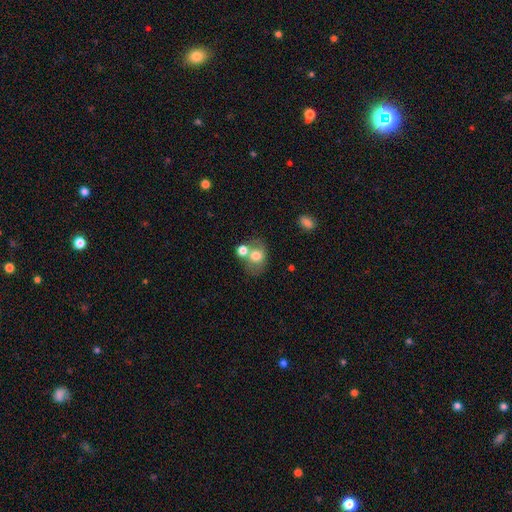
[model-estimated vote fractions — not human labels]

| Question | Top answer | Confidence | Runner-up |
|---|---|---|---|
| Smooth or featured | smooth | 70% | featured or disk (20%) |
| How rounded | round | 52% | in between (47%) |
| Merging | none | 41% | tied: merger (41%) |